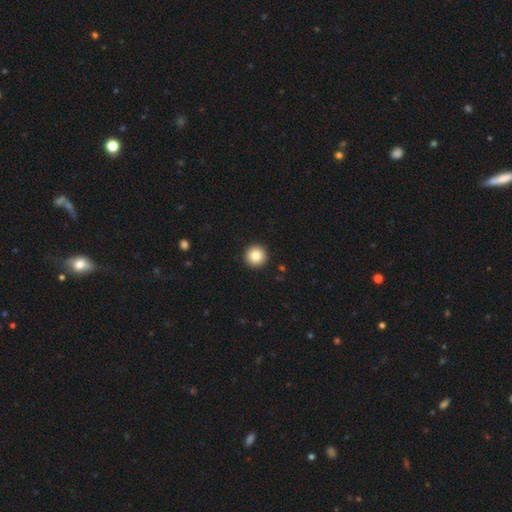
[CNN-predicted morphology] Q: Smooth or featured?
A: smooth (83%); runner-up: star or artifact (9%)
Q: How rounded?
A: round (97%); runner-up: in between (2%)
Q: Merging?
A: none (94%); runner-up: minor disturbance (4%)